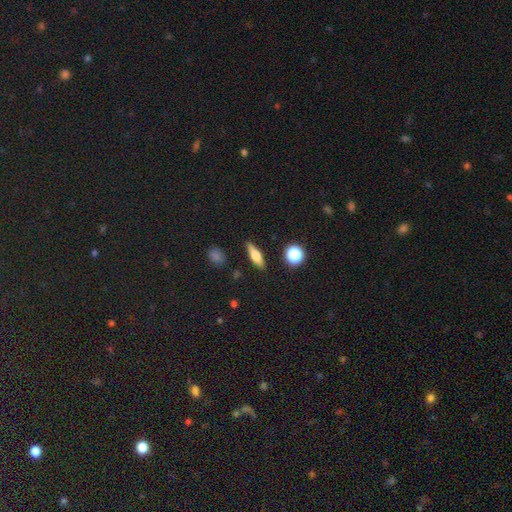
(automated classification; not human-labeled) A smooth galaxy with no disk features (58%) that is cigar-shaped (57%).

Vote fractions:
- Smooth or featured? smooth: 58% / featured or disk: 33% / star or artifact: 9%
- How rounded? cigar-shaped: 57% / in between: 37% / round: 6%
- Merging? none: 87% / minor disturbance: 8% / major disturbance: 2% / merger: 2%